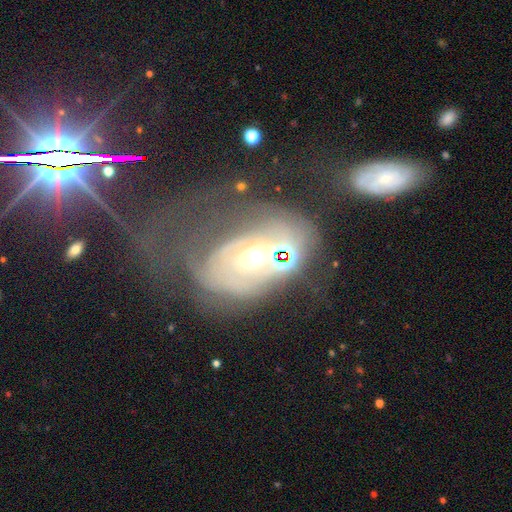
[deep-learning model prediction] This is likely a featured or disk galaxy (71%). It is clearly not viewed edge-on (94%). Bar: likely no (75%). Spiral arm pattern: possibly yes (58%). Central bulge: likely moderate (69%). Merging: marginally major disturbance (35%).